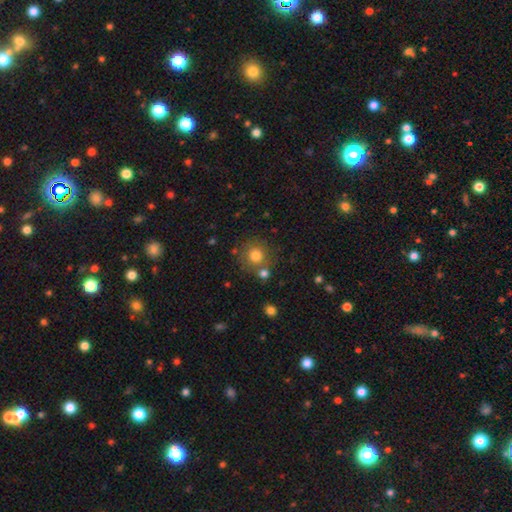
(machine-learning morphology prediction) smooth-or-featured: smooth: 80% | star or artifact: 12% | featured or disk: 9%
  how-rounded: round: 91% | in between: 8% | cigar-shaped: 1%
  merging: none: 72% | merger: 14% | minor disturbance: 10% | major disturbance: 4%